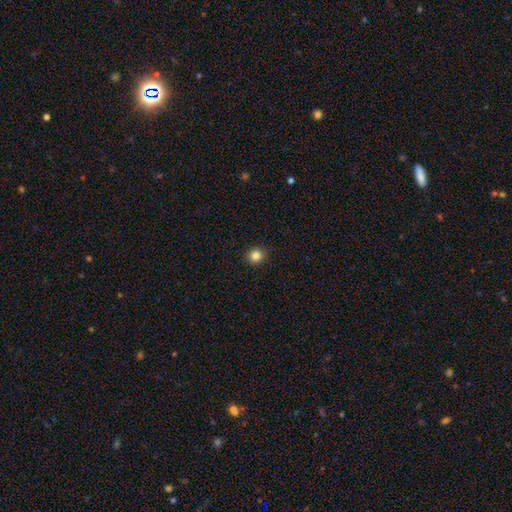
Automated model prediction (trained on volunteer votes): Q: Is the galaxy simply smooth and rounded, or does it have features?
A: smooth — 83%.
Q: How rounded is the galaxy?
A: round — 85%.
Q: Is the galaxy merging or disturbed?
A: none — 92%.